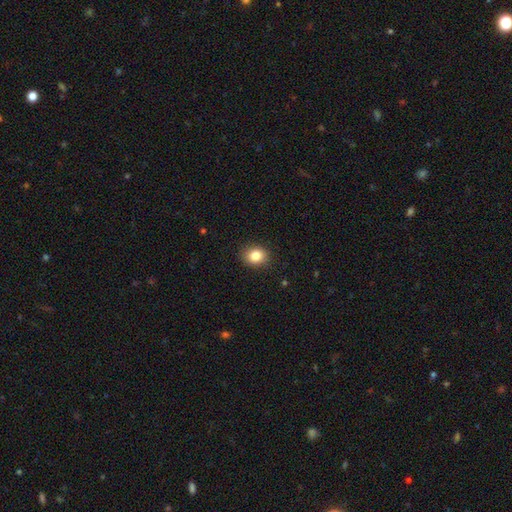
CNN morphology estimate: Smooth or featured: smooth — 84% (star or artifact — 10%)
How rounded: round — 59% (in between — 40%)
Merging: none — 89% (minor disturbance — 8%)